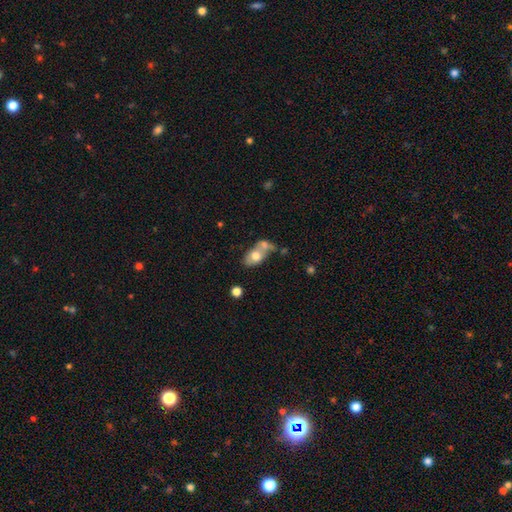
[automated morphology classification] This appears to be a smooth galaxy with no disk features (67%) that is in between round and cigar-shaped (84%). Merging: merger (48%).